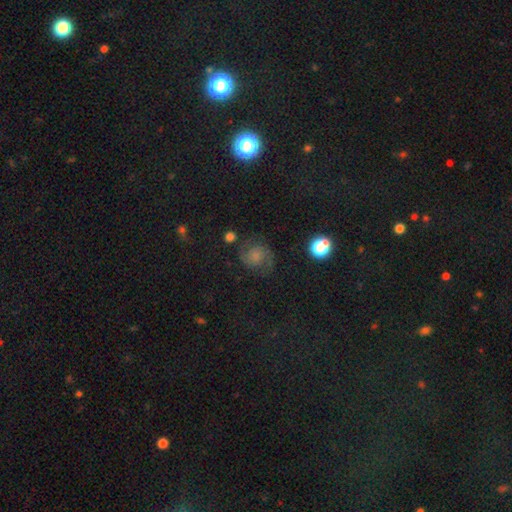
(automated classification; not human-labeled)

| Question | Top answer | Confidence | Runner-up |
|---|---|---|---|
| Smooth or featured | featured or disk | 66% | smooth (21%) |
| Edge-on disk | no | 98% | yes (2%) |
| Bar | no | 72% | weak (23%) |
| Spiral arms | yes | 94% | no (6%) |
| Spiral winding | medium | 51% | tight (25%) |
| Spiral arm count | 2 | 91% | can't tell (4%) |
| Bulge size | small | 32% | none (28%) |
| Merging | none | 71% | minor disturbance (17%) |